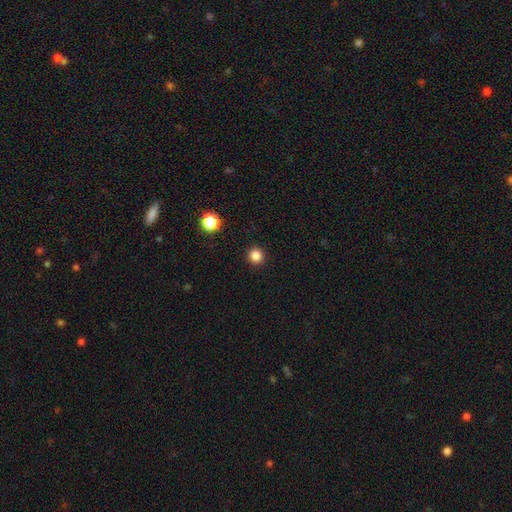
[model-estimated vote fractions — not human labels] This appears to be a smooth galaxy with no disk features (84%) that is round (95%). Merging: none (93%).